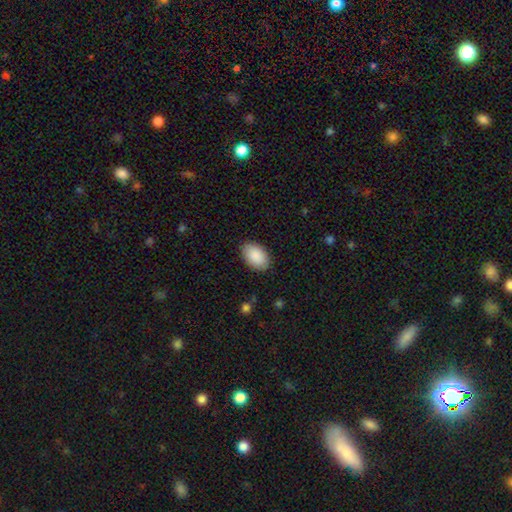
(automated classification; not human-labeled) Q: Smooth or featured?
A: smooth (90%); runner-up: star or artifact (6%)
Q: How rounded?
A: in between (93%); runner-up: round (6%)
Q: Merging?
A: none (88%); runner-up: minor disturbance (9%)